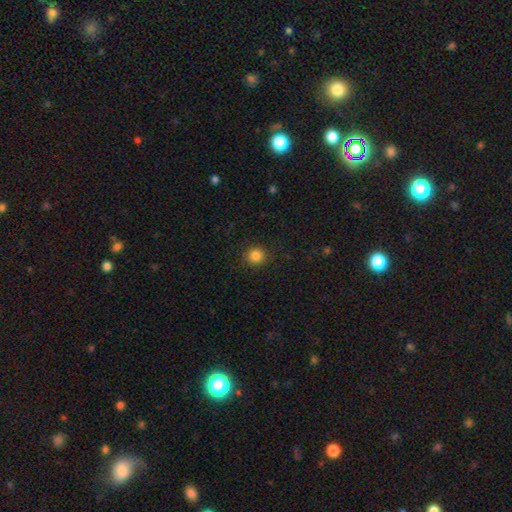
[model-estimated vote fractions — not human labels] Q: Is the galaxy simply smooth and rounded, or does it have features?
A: smooth — 85%.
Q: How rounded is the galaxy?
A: round — 91%.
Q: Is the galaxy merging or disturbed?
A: none — 90%.